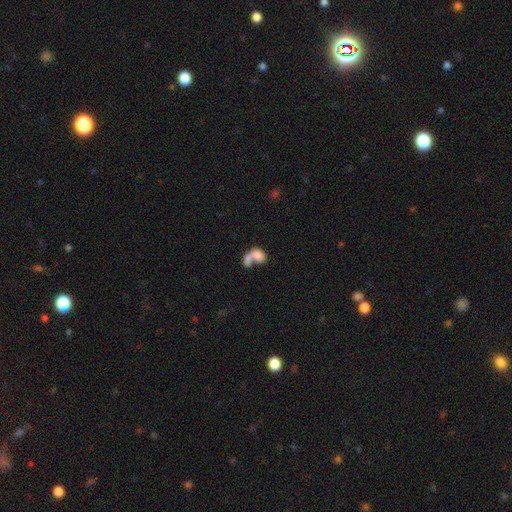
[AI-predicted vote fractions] Smooth or featured? smooth (71%)
How rounded? in between (74%)
Merging? merger (67%)